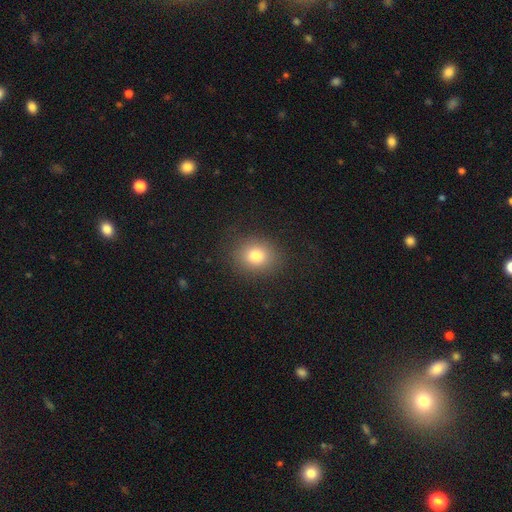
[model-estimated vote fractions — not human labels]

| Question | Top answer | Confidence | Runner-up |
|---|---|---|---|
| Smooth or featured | smooth | 79% | star or artifact (12%) |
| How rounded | round | 71% | in between (28%) |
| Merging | none | 86% | minor disturbance (9%) |